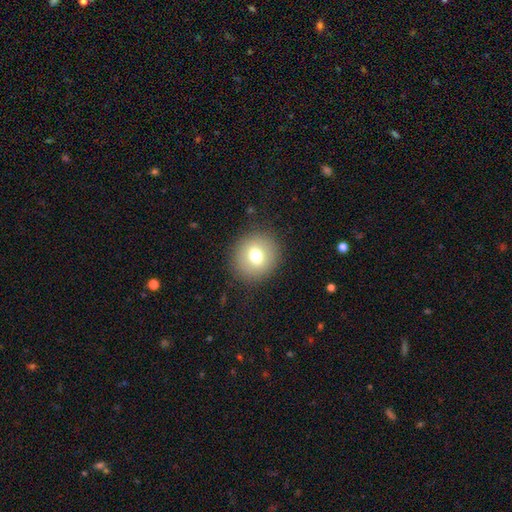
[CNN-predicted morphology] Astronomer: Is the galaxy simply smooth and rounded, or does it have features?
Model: smooth — 71%.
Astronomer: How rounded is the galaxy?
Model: round — 85%.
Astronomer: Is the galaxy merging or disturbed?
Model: none — 88%.